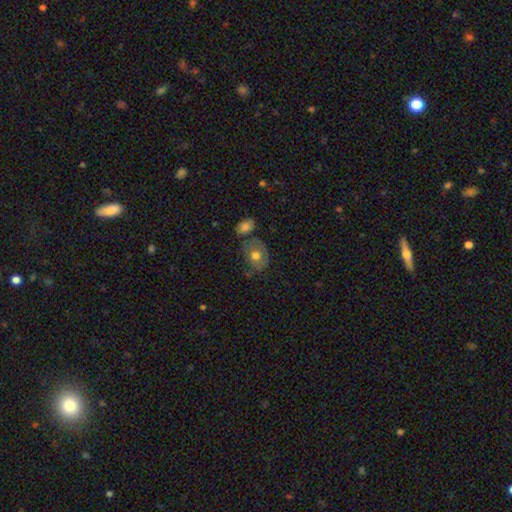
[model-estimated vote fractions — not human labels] Smooth or featured? smooth (62%)
How rounded? in between (51%)
Merging? none (56%)